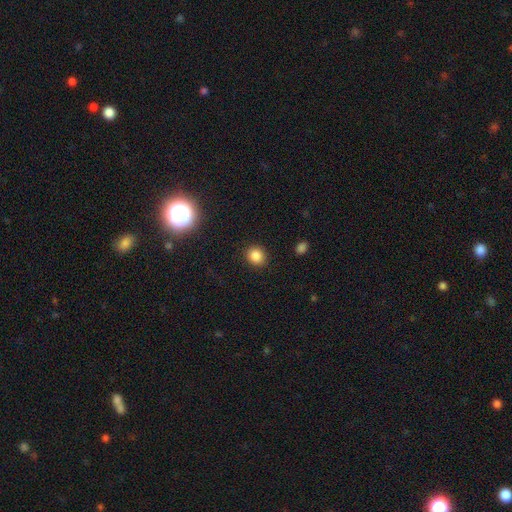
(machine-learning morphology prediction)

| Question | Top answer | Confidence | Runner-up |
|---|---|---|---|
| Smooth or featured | smooth | 84% | star or artifact (11%) |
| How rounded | round | 77% | in between (22%) |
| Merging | none | 90% | minor disturbance (7%) |